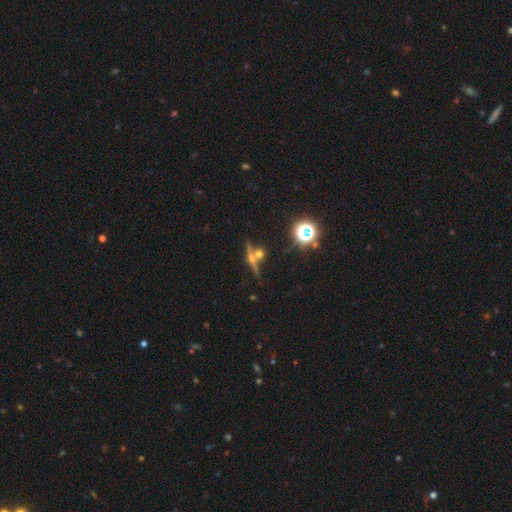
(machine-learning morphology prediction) smooth_or_featured: featured or disk (p=0.56) [alt: smooth p=0.23]
disk_edge_on: yes (p=0.90) [alt: no p=0.10]
edge_on_bulge: rounded (p=0.84) [alt: none p=0.10]
merging: none (p=0.67) [alt: merger p=0.21]